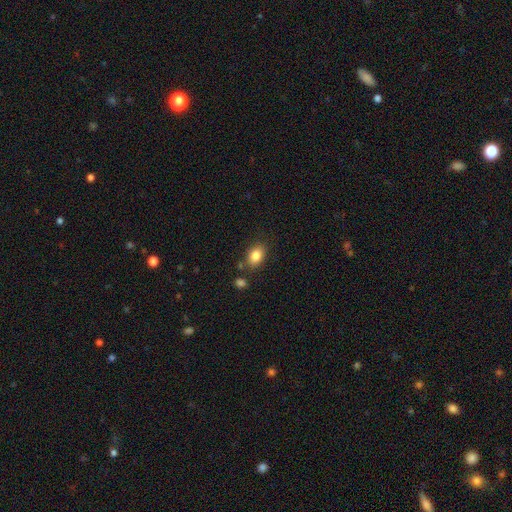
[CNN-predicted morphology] Smooth or featured? smooth (84%)
How rounded? in between (77%)
Merging? none (77%)